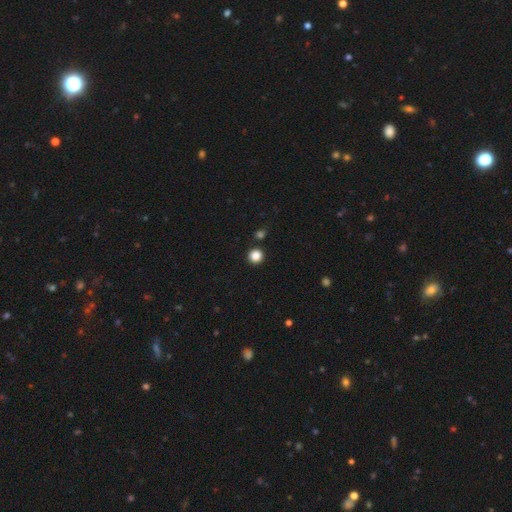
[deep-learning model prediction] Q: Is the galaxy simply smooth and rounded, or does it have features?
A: smooth — 85%.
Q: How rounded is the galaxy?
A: round — 95%.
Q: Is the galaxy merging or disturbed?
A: none — 90%.